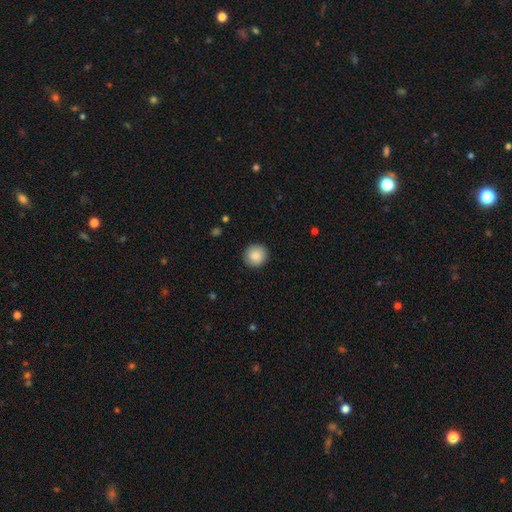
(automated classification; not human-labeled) Q: Smooth or featured?
A: smooth (89%); runner-up: star or artifact (7%)
Q: How rounded?
A: round (92%); runner-up: in between (7%)
Q: Merging?
A: none (90%); runner-up: minor disturbance (7%)